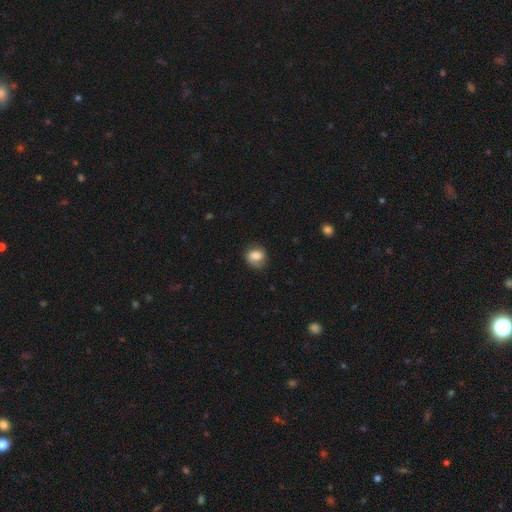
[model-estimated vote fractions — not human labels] Smooth or featured? Predicted: smooth (p=0.71). How rounded? Predicted: round (p=0.68). Merging? Predicted: none (p=0.76).